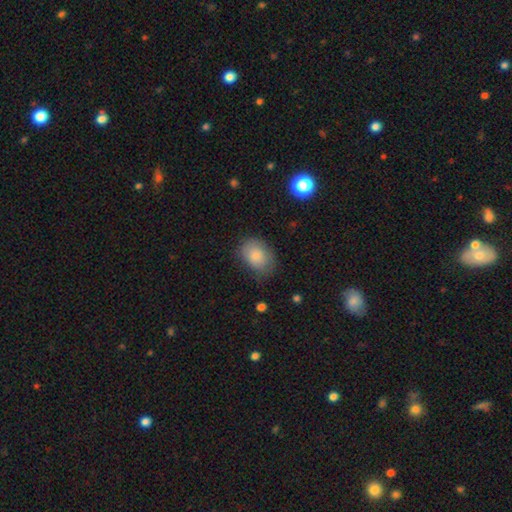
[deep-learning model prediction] smooth 82%, featured or disk 10%, star or artifact 8%. Down the decision tree: how rounded — in between (72%); merging — none (62%).